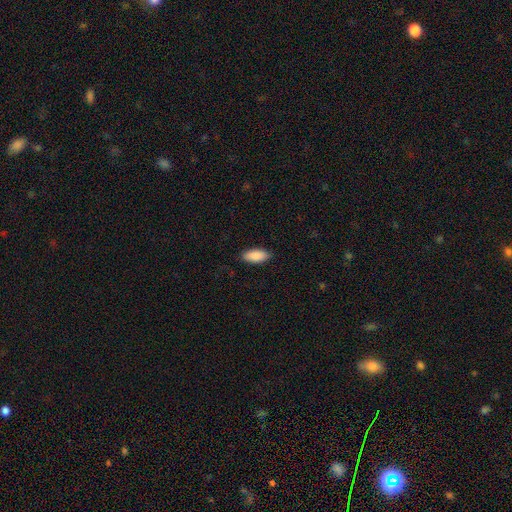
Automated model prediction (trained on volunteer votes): smooth 90%, star or artifact 6%, featured or disk 4%. Down the decision tree: how rounded — in between (88%); merging — none (88%).